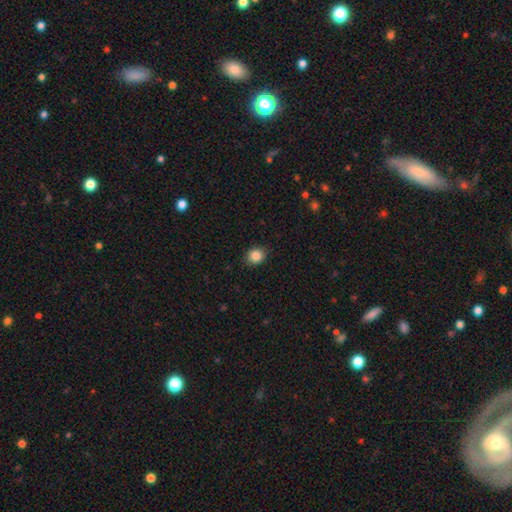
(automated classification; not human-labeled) smooth-or-featured: smooth: 86% | star or artifact: 10% | featured or disk: 4%
  how-rounded: round: 69% | in between: 30% | cigar-shaped: 1%
  merging: none: 87% | minor disturbance: 10% | major disturbance: 2% | merger: 1%